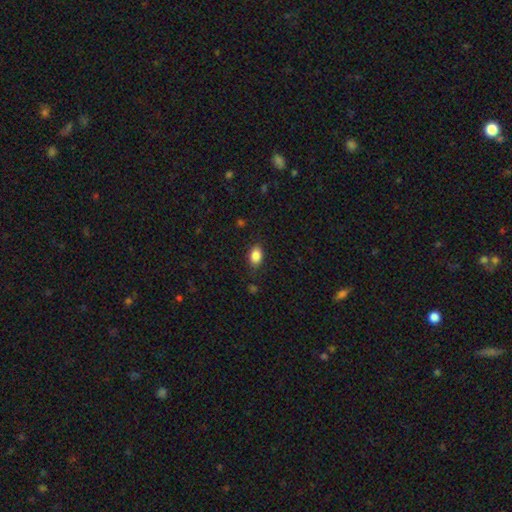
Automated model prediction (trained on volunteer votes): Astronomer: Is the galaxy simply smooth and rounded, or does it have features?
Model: smooth — 86%.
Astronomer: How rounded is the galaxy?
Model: in between — 83%.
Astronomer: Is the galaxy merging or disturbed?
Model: none — 84%.